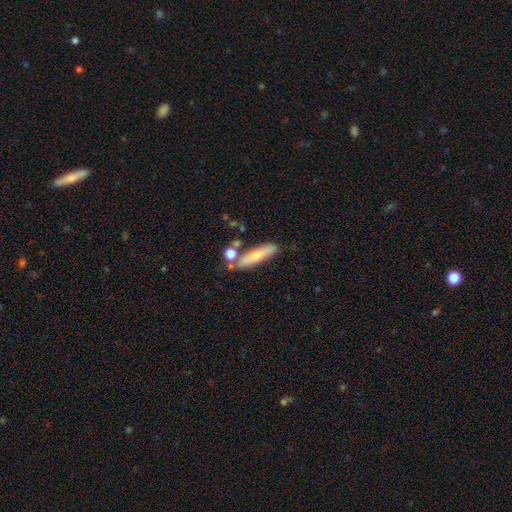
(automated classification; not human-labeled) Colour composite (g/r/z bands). It shows a smooth galaxy with no disk features (64%) that is cigar-shaped (76%). Merging: none (67%).